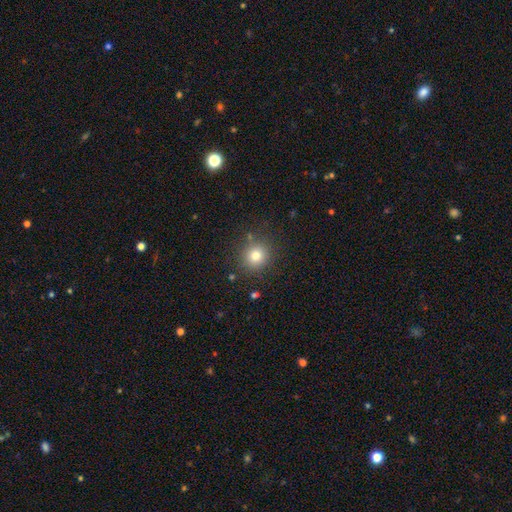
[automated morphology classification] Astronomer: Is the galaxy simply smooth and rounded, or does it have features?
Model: smooth — 78%.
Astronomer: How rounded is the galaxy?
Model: round — 90%.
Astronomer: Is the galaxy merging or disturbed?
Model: none — 85%.